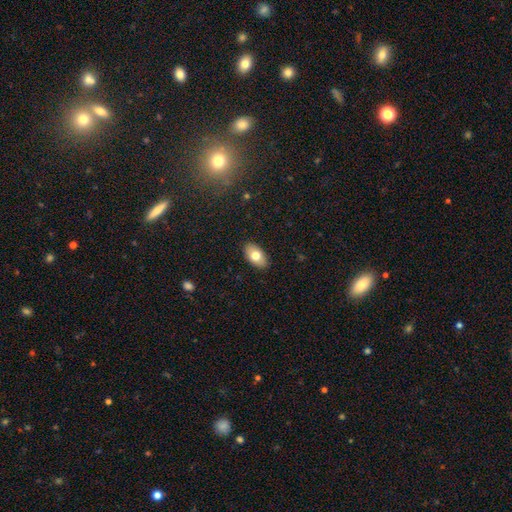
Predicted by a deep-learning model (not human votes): The model was most divided on "smooth or featured": smooth: 76%, featured or disk: 17%, star or artifact: 7%. More confident: how rounded — in between (93%); merging — none (89%).